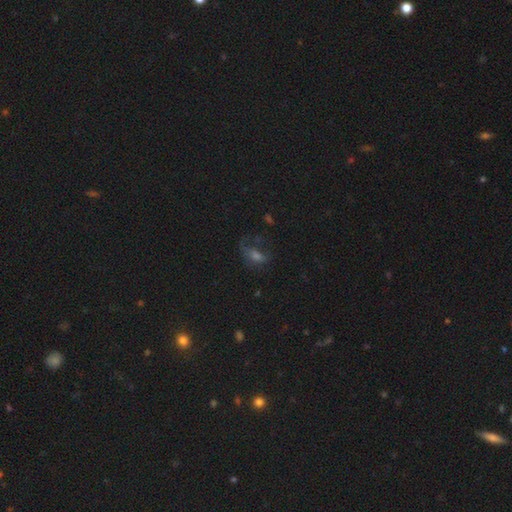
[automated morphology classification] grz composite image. It shows a smooth galaxy with no disk features (38%). Merging: none (42%).